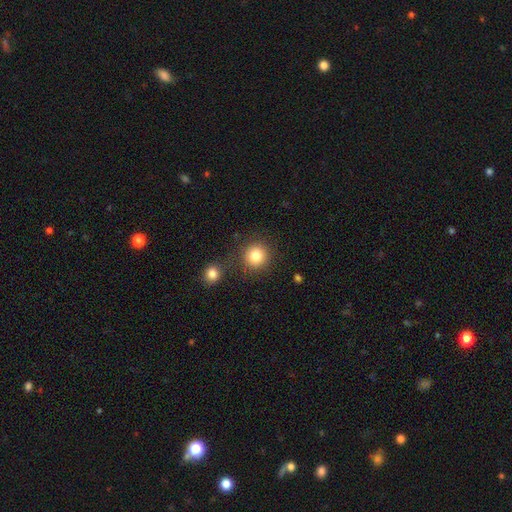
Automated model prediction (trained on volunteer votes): This is clearly a smooth galaxy (83%). How rounded: clearly round (93%). Merging: clearly none (82%).